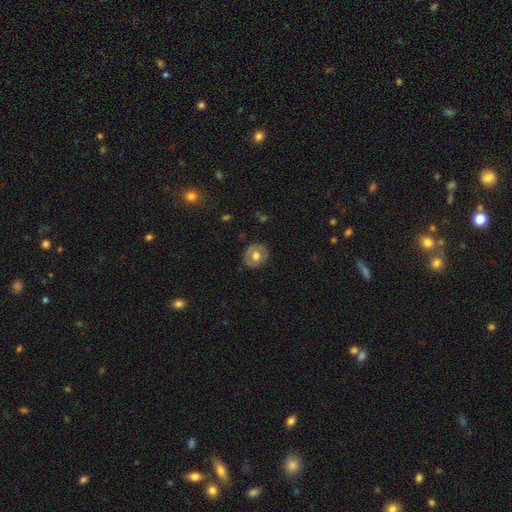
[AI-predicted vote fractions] This appears to be a smooth galaxy with no disk features (58%) that is round (78%). Merging: none (84%).